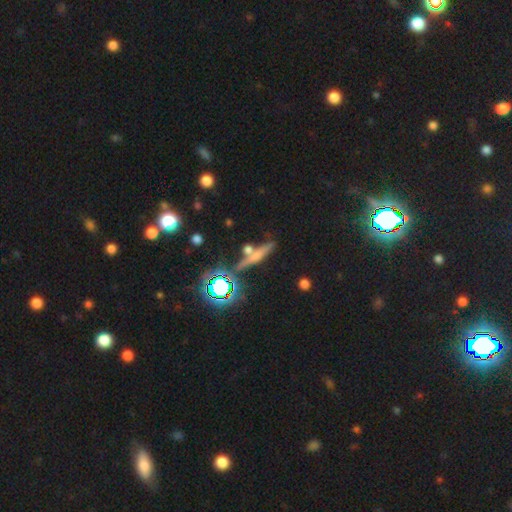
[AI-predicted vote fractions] The model was most divided on "smooth or featured": smooth: 42%, featured or disk: 36%, star or artifact: 21%. More confident: merging — none (69%).